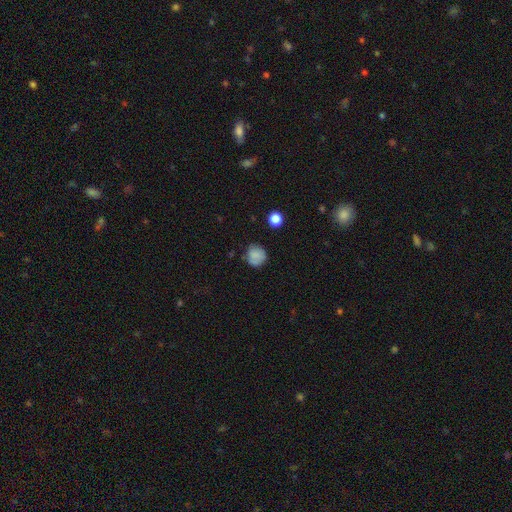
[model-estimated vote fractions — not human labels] Smooth or featured: smooth — 82% (star or artifact — 10%)
How rounded: round — 86% (in between — 13%)
Merging: none — 72% (minor disturbance — 20%)